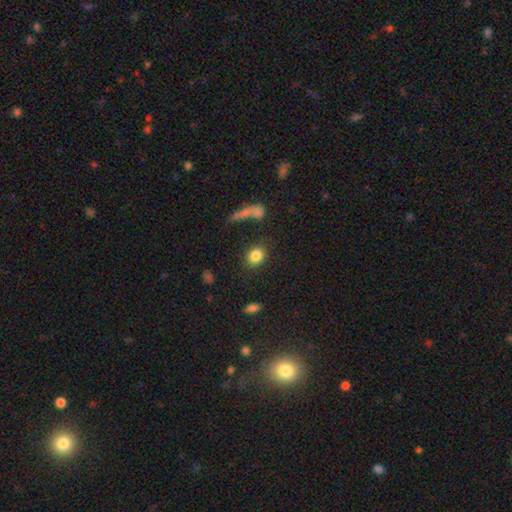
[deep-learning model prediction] Overall: smooth (84%). How rounded: round (64%; in between 34%). Merging: none (80%).